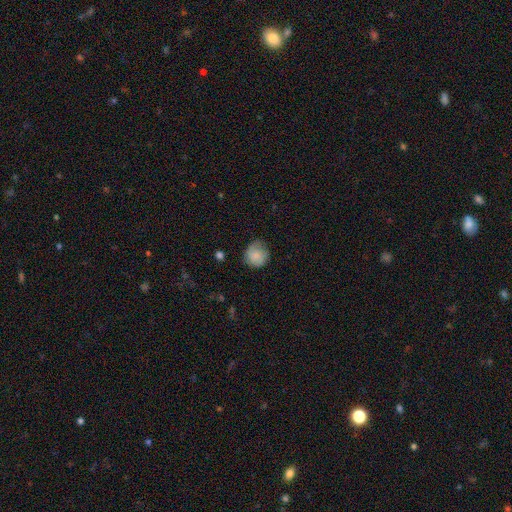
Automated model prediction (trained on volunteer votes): A smooth galaxy with no disk features (77%) that is round (86%).

Vote fractions:
- Smooth or featured? smooth: 77% / featured or disk: 15% / star or artifact: 8%
- How rounded? round: 86% / in between: 14% / cigar-shaped: 1%
- Merging? none: 66% / minor disturbance: 25% / major disturbance: 7% / merger: 1%